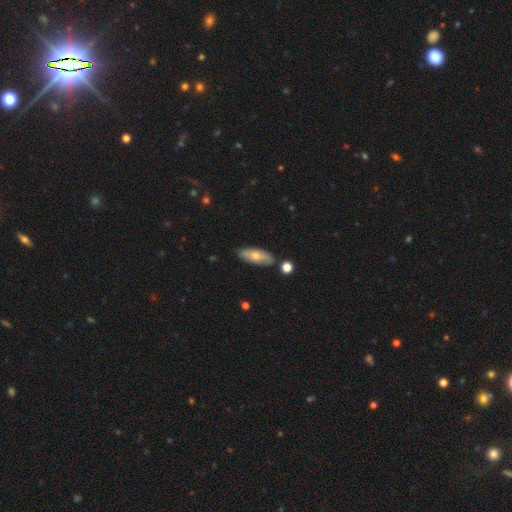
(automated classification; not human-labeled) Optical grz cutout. It shows a smooth galaxy with no disk features (65%) that is in between round and cigar-shaped (72%). Merging: none (80%).